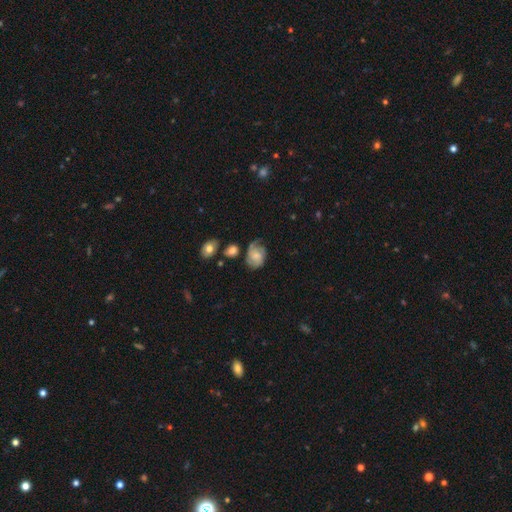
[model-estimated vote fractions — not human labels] smooth_or_featured: smooth (p=0.48) [alt: featured or disk p=0.44]
merging: none (p=0.47) [alt: minor disturbance p=0.31]